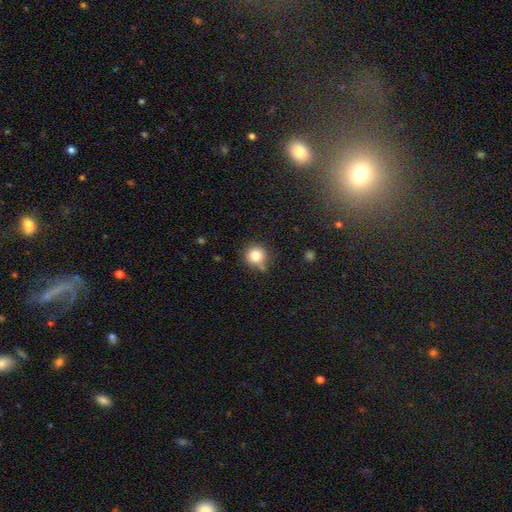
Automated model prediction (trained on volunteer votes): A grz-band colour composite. It shows a smooth galaxy with no disk features (81%) that is round (91%). Merging: none (68%).